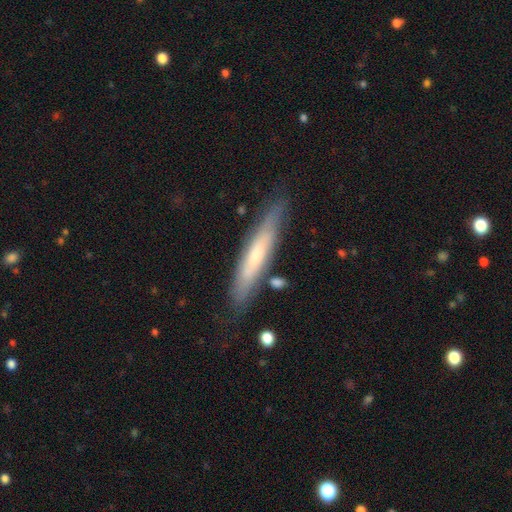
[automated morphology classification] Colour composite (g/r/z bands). It shows a smooth galaxy with no disk features (47%). Merging: none (78%).